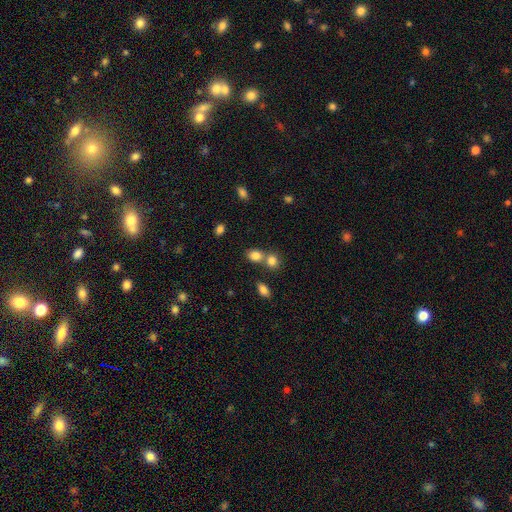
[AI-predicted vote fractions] smooth 82%, star or artifact 11%, featured or disk 7%. Down the decision tree: how rounded — round (50%); merging — none (50%).